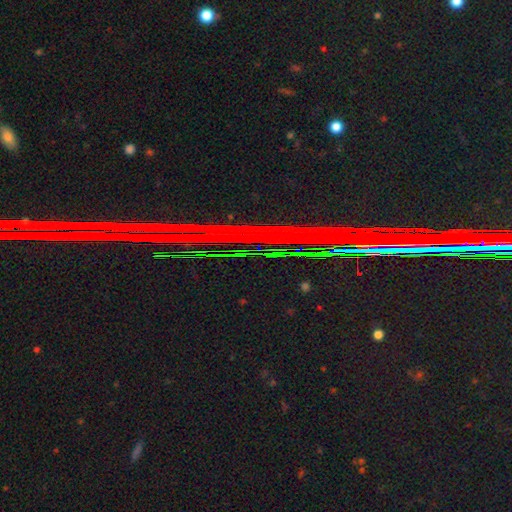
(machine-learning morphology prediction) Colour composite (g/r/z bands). It shows a star or artifact, not a galaxy (85%).